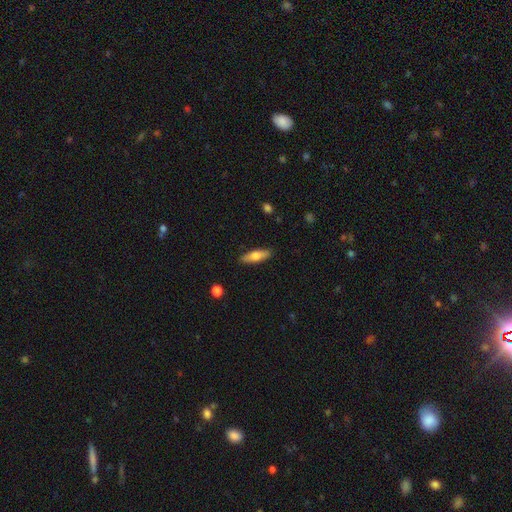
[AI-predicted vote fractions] Smooth or featured: smooth — 67% (featured or disk — 27%)
How rounded: cigar-shaped — 53% (in between — 45%)
Merging: none — 88% (minor disturbance — 9%)